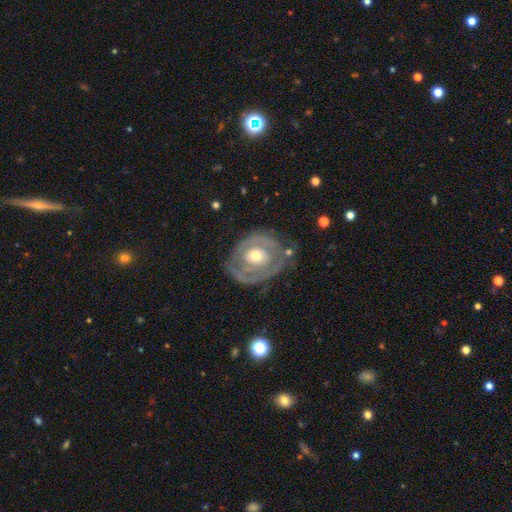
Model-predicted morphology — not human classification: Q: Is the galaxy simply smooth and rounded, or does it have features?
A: featured or disk — 70%.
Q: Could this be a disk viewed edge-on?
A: no — 95%.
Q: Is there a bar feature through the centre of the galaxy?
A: no — 82%.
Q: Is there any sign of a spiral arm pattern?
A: no — 52%.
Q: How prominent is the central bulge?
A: moderate — 66%.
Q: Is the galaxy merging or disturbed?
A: none — 60%.